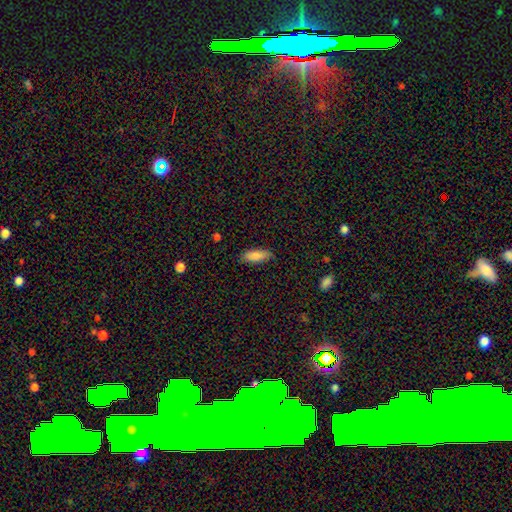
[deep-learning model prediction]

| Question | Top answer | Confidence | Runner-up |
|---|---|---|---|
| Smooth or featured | smooth | 86% | featured or disk (7%) |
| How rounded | in between | 71% | cigar-shaped (28%) |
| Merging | none | 84% | minor disturbance (12%) |